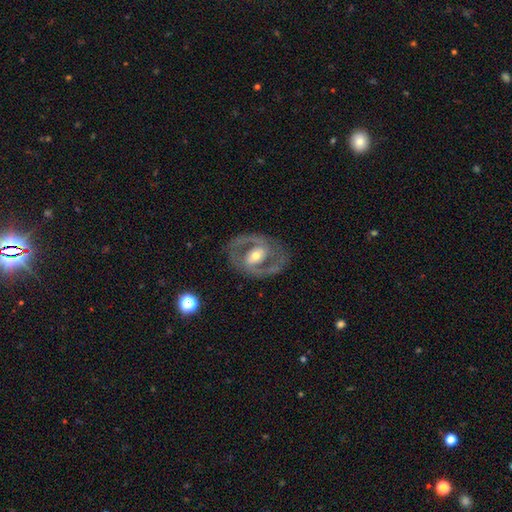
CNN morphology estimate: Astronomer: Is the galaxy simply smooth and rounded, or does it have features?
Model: featured or disk — 85%.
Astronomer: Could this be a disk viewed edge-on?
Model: no — 96%.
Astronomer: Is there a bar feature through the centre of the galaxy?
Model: weak — 39% (runner-up: strong, 36%).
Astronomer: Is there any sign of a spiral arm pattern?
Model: yes — 85%.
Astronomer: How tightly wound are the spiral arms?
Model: medium — 59%.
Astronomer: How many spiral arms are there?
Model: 2 — 90%.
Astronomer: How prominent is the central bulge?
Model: moderate — 64%.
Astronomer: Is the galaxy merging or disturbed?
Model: none — 80%.